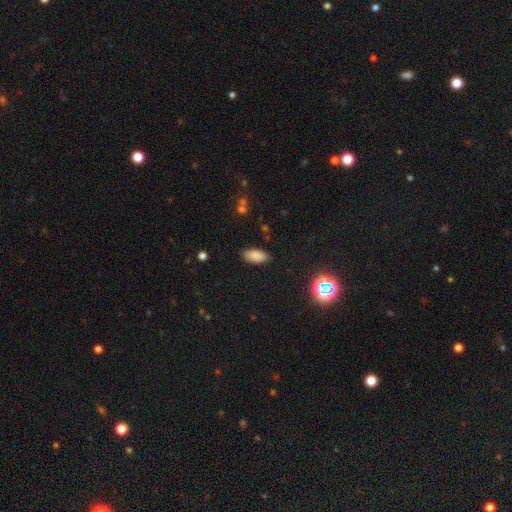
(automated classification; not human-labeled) The model was most divided on "smooth or featured": smooth: 85%, star or artifact: 10%, featured or disk: 5%. More confident: how rounded — in between (90%); merging — none (86%).